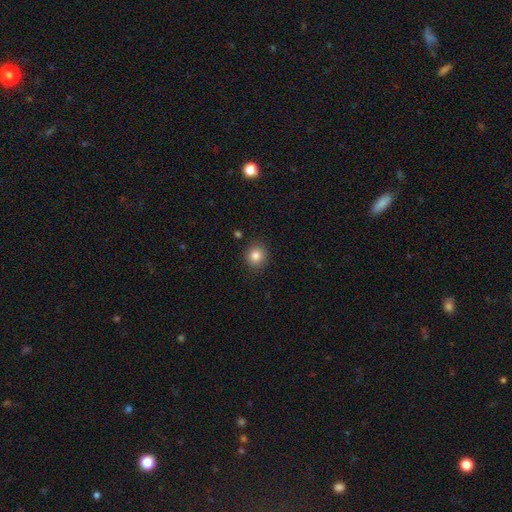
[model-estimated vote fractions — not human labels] This appears to be a smooth galaxy with no disk features (84%) that is round (82%). Merging: none (88%).